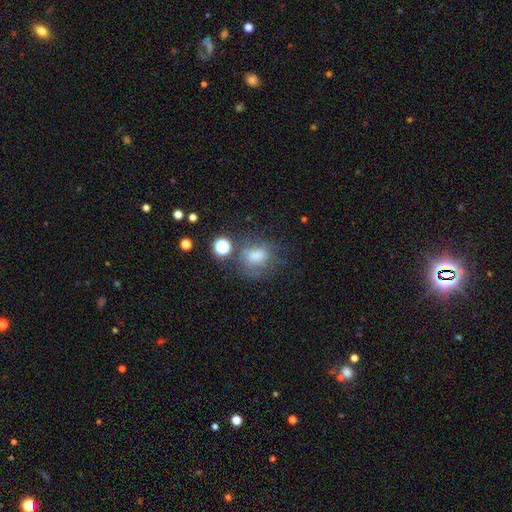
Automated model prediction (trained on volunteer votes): This is possibly a smooth galaxy (58%). How rounded: possibly round (56%). Merging: possibly none (55%).